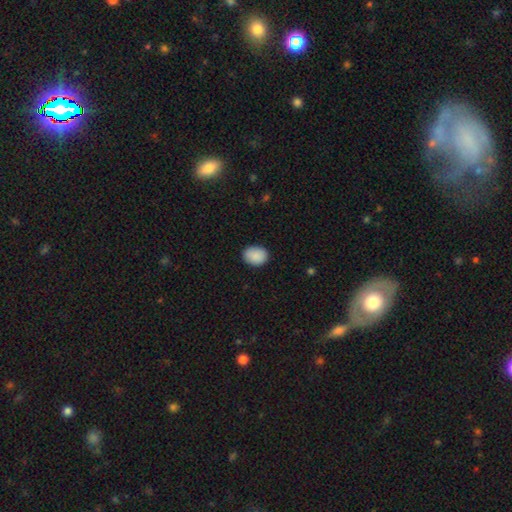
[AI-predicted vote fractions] Overall: smooth (90%). How rounded: in between (60%; round 39%). Merging: none (87%).